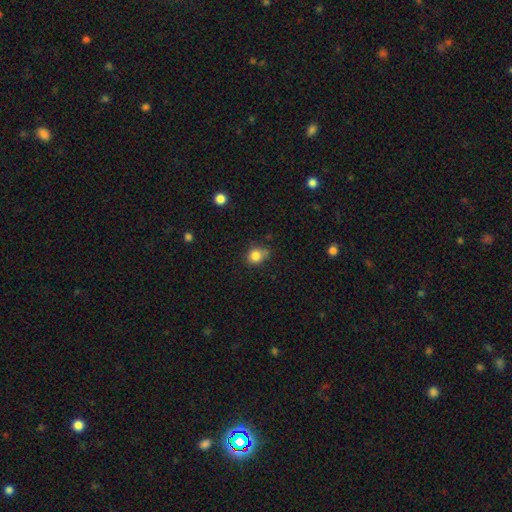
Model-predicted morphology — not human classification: A smooth galaxy with no disk features (83%) that is round (71%).

Vote fractions:
- Smooth or featured? smooth: 83% / star or artifact: 11% / featured or disk: 6%
- How rounded? round: 71% / in between: 28% / cigar-shaped: 1%
- Merging? none: 63% / minor disturbance: 27% / major disturbance: 6% / merger: 4%